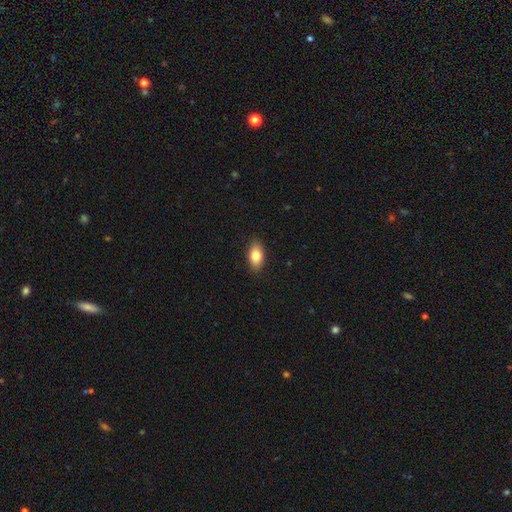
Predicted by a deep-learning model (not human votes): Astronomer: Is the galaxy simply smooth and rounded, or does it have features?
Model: smooth — 82%.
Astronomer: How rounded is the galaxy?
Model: in between — 89%.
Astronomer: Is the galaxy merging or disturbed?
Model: none — 89%.